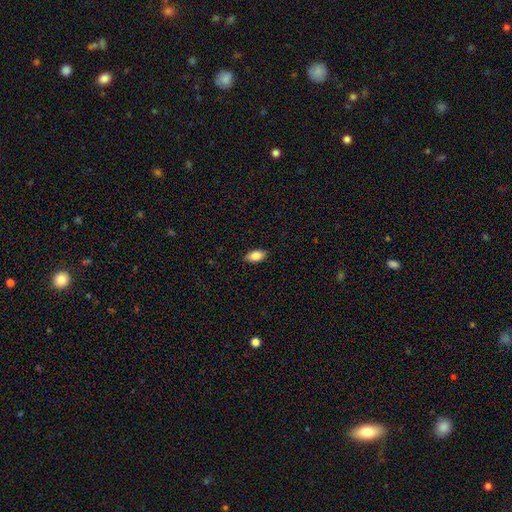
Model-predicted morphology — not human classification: The model was most divided on "smooth or featured": smooth: 83%, featured or disk: 9%, star or artifact: 7%. More confident: how rounded — in between (91%); merging — none (87%).